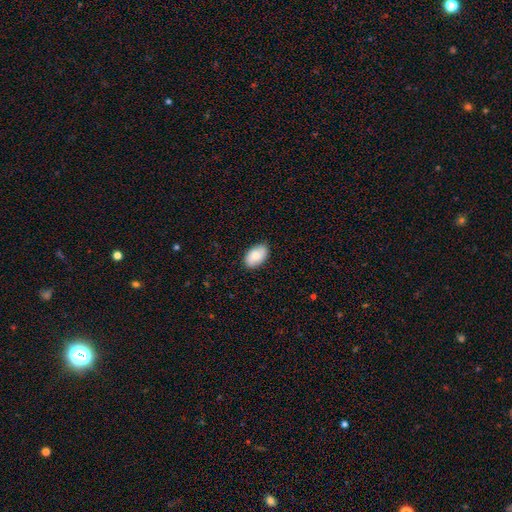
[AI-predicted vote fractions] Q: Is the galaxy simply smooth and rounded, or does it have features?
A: smooth — 79%.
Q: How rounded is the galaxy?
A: in between — 92%.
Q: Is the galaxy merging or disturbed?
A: none — 86%.